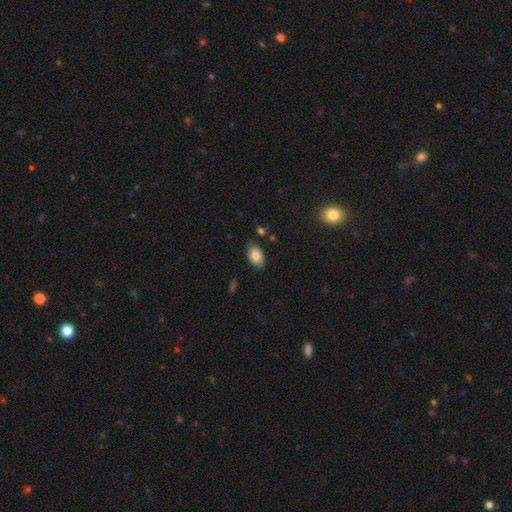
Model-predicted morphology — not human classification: Smooth or featured? smooth (84%)
How rounded? in between (91%)
Merging? none (80%)